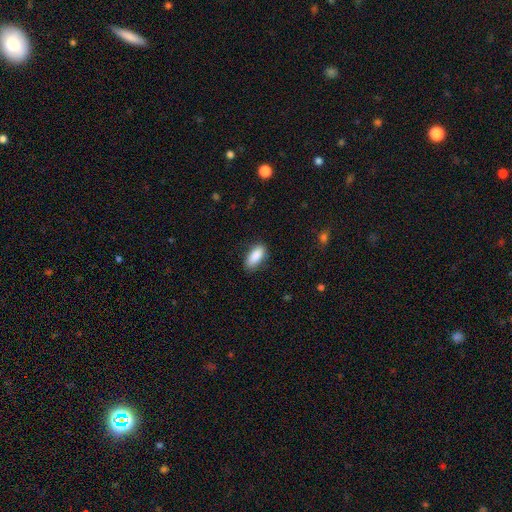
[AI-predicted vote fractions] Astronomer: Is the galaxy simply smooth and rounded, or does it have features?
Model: smooth — 88%.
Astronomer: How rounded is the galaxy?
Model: in between — 86%.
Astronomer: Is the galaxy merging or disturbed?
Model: none — 83%.